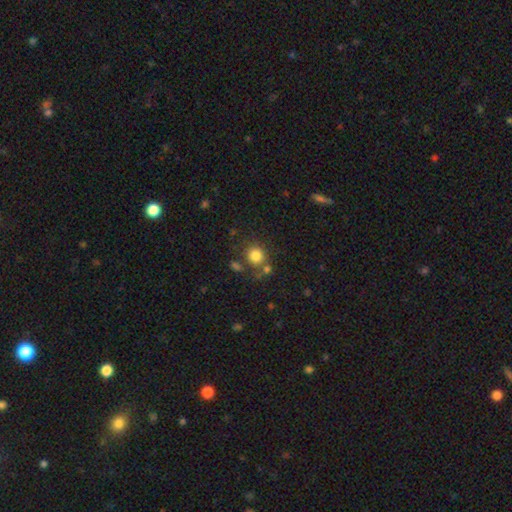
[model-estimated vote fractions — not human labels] smooth 82%, star or artifact 12%, featured or disk 7%. Down the decision tree: how rounded — round (87%); merging — none (69%).